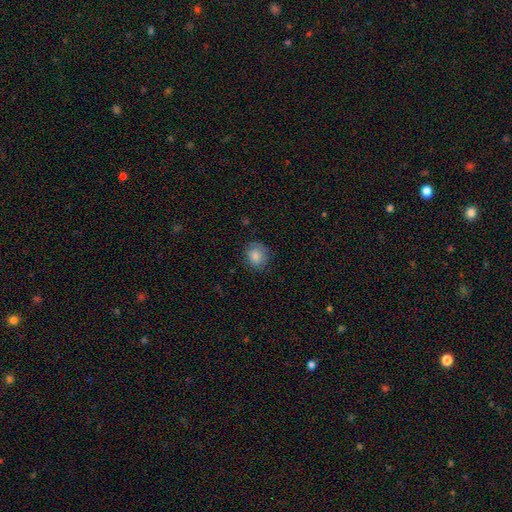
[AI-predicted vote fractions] This appears to be a smooth galaxy with no disk features (83%) that is round (72%). Merging: none (75%).